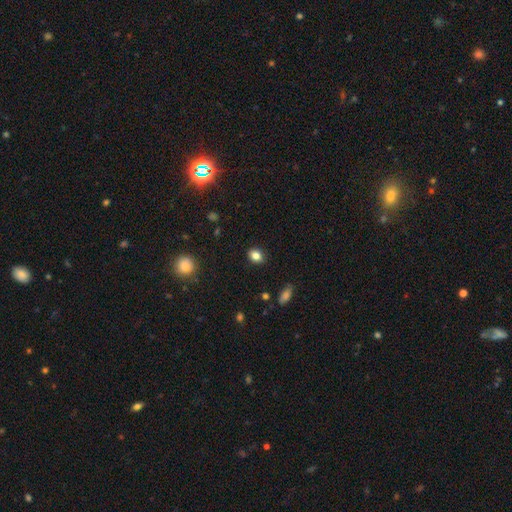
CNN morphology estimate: A smooth galaxy with no disk features (83%) that is in between round and cigar-shaped (53%).

Vote fractions:
- Smooth or featured? smooth: 83% / star or artifact: 11% / featured or disk: 7%
- How rounded? in between: 53% / round: 46% / cigar-shaped: 1%
- Merging? none: 88% / minor disturbance: 9% / major disturbance: 2% / merger: 1%